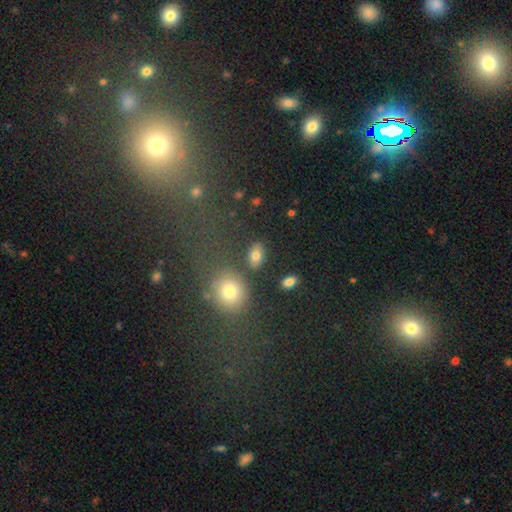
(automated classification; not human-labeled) smooth_or_featured: smooth (p=0.79) [alt: star or artifact p=0.12]
how_rounded: in between (p=0.86) [alt: round p=0.11]
merging: none (p=0.82) [alt: minor disturbance p=0.10]